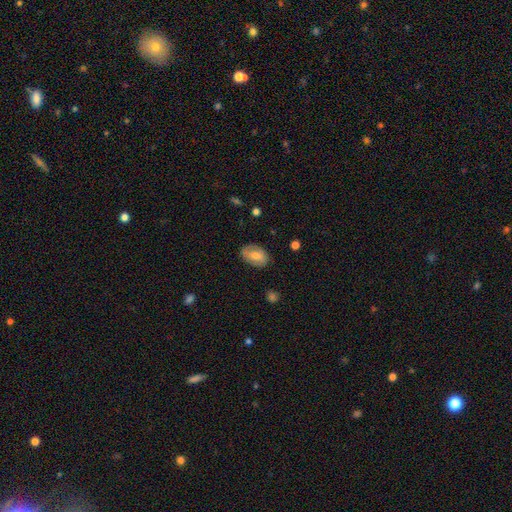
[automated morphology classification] A smooth galaxy with no disk features (65%) that is in between round and cigar-shaped (88%).

Vote fractions:
- Smooth or featured? smooth: 65% / featured or disk: 28% / star or artifact: 7%
- How rounded? in between: 88% / round: 11% / cigar-shaped: 1%
- Merging? none: 75% / minor disturbance: 18% / major disturbance: 5% / merger: 1%